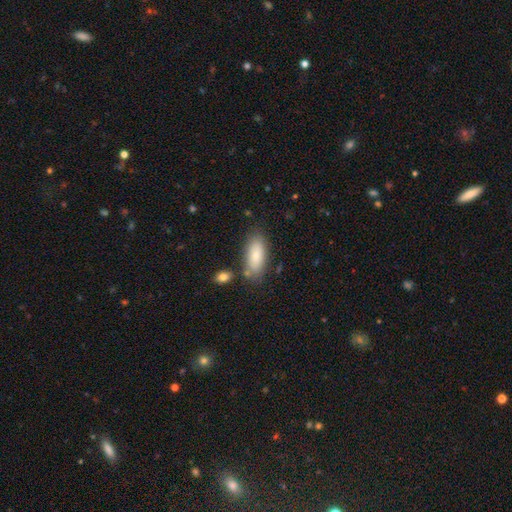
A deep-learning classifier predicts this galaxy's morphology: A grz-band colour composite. It shows a smooth galaxy with no disk features (83%) that is in between round and cigar-shaped (84%). Merging: none (74%).